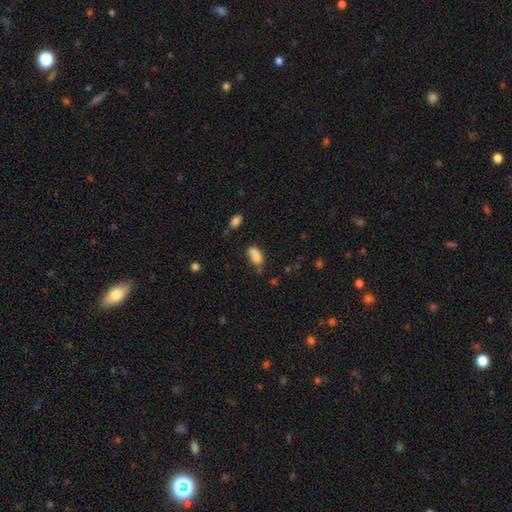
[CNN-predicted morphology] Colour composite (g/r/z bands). It shows a smooth galaxy with no disk features (78%) that is in between round and cigar-shaped (86%). Merging: none (34%).